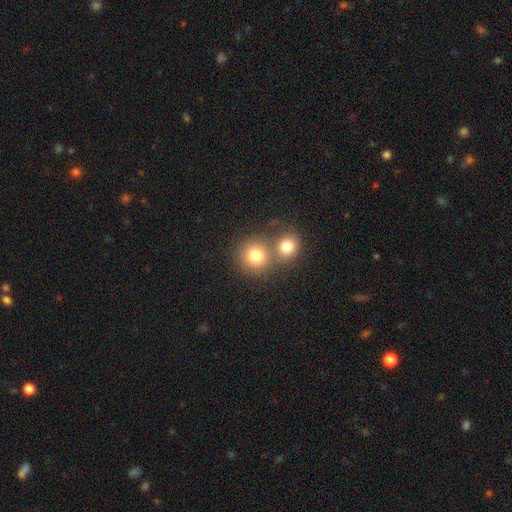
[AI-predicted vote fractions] Smooth or featured? Predicted: smooth (p=0.78). How rounded? Predicted: round (p=0.89). Merging? Predicted: none (p=0.49).